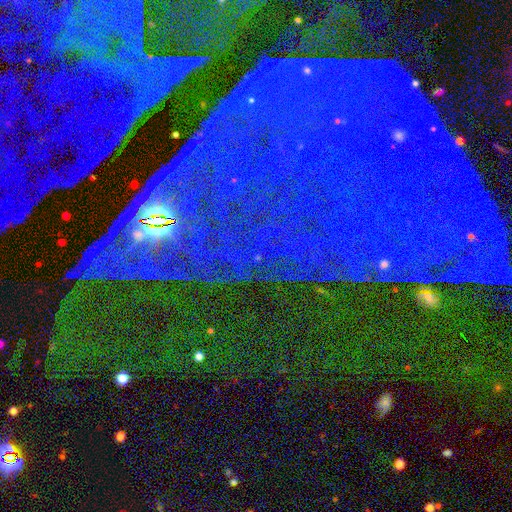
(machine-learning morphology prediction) smooth-or-featured: star or artifact: 79% | featured or disk: 12% | smooth: 8%